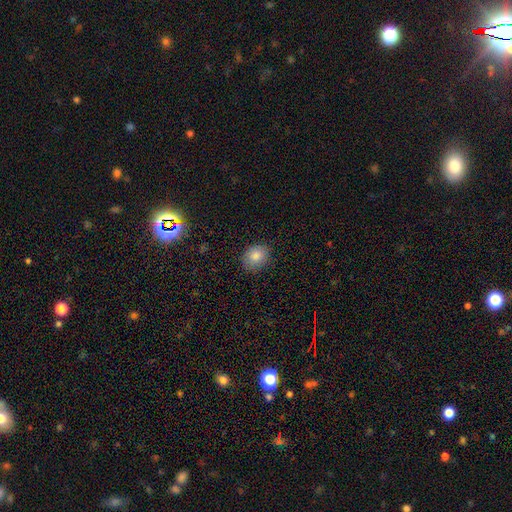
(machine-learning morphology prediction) smooth_or_featured: smooth (p=0.81) [alt: star or artifact p=0.12]
how_rounded: round (p=0.57) [alt: in between p=0.42]
merging: none (p=0.84) [alt: minor disturbance p=0.12]